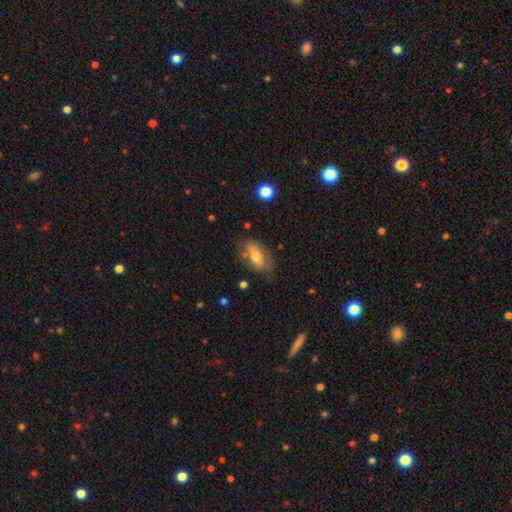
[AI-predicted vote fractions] This appears to be a smooth galaxy with no disk features (54%) that is in between round and cigar-shaped (83%). Merging: none (64%).